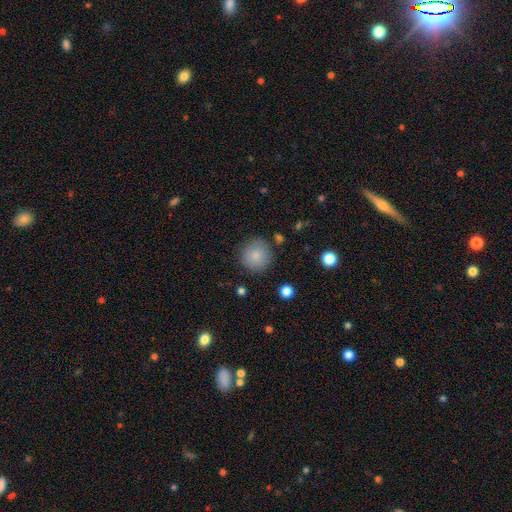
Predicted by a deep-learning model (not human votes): smooth-or-featured: smooth: 85% | star or artifact: 8% | featured or disk: 7%
  how-rounded: round: 94% | in between: 5% | cigar-shaped: 1%
  merging: none: 86% | minor disturbance: 9% | major disturbance: 3% | merger: 2%